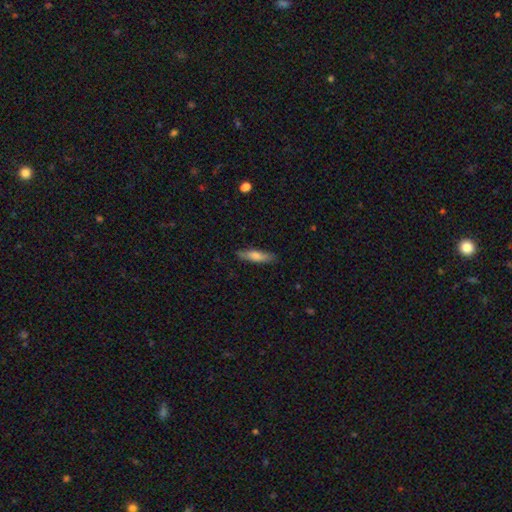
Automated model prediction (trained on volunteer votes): Morphology: type=smooth (69%); roundness=cigar-shaped (72%); merging=none (85%).